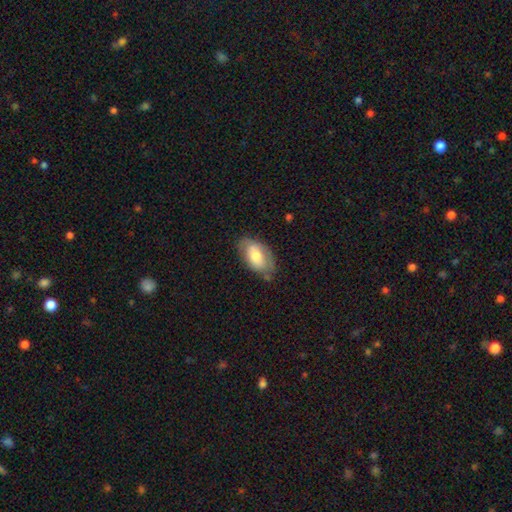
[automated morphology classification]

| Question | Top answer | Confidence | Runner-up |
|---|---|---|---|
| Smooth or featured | smooth | 63% | featured or disk (30%) |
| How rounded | in between | 93% | round (4%) |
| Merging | none | 64% | minor disturbance (26%) |